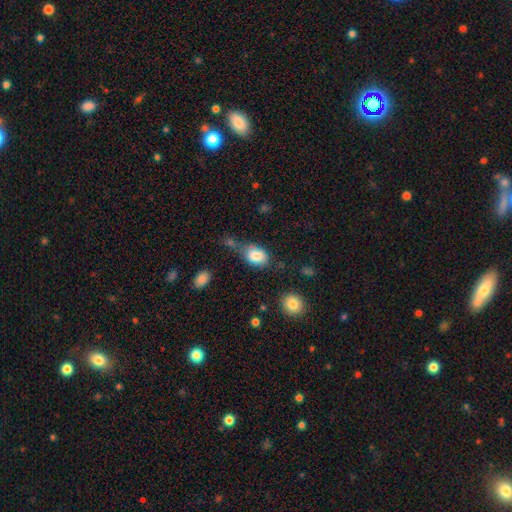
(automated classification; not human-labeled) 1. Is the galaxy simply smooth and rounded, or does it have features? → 82% smooth, 10% featured or disk, 8% star or artifact.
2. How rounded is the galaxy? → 78% in between, 21% round, 2% cigar-shaped.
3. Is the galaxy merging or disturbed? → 38% none, 28% minor disturbance, 18% major disturbance, 16% merger.